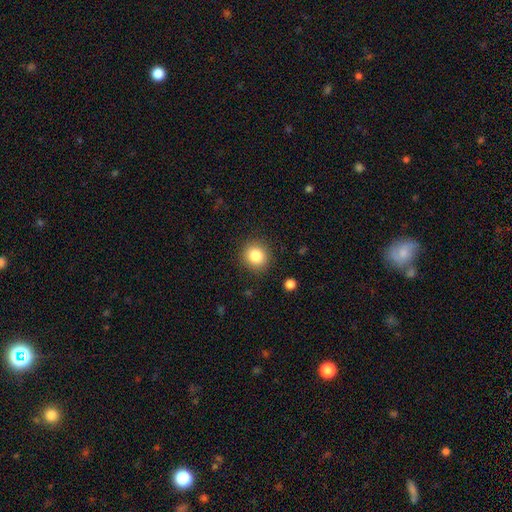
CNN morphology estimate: Smooth or featured: smooth — 84% (star or artifact — 10%)
How rounded: round — 88% (in between — 11%)
Merging: none — 88% (minor disturbance — 8%)